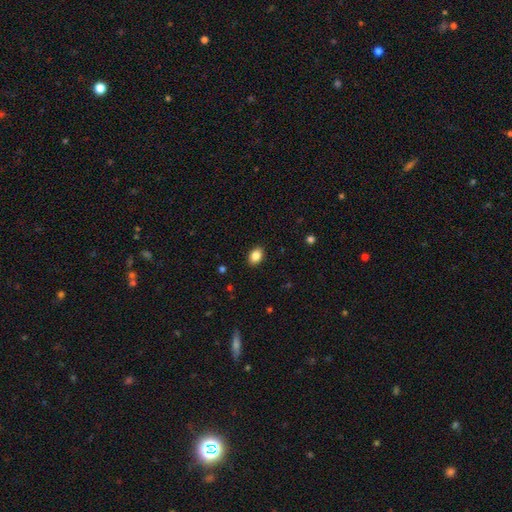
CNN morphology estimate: smooth-or-featured: smooth: 87% | star or artifact: 9% | featured or disk: 5%
  how-rounded: in between: 75% | round: 24% | cigar-shaped: 1%
  merging: none: 90% | minor disturbance: 8% | major disturbance: 2% | merger: 1%